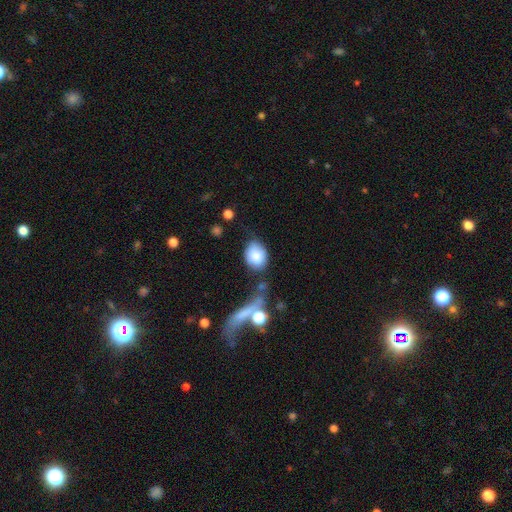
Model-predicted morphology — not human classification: Smooth or featured: smooth — 83% (featured or disk — 9%)
How rounded: in between — 61% (round — 37%)
Merging: none — 59% (minor disturbance — 24%)